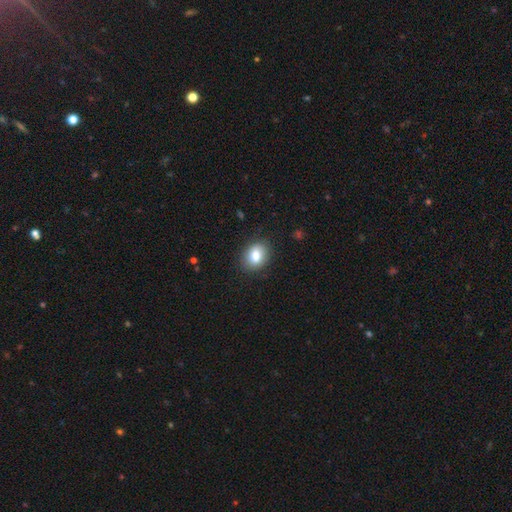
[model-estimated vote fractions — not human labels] Morphology: type=smooth (81%); roundness=in between (65%); merging=none (86%).